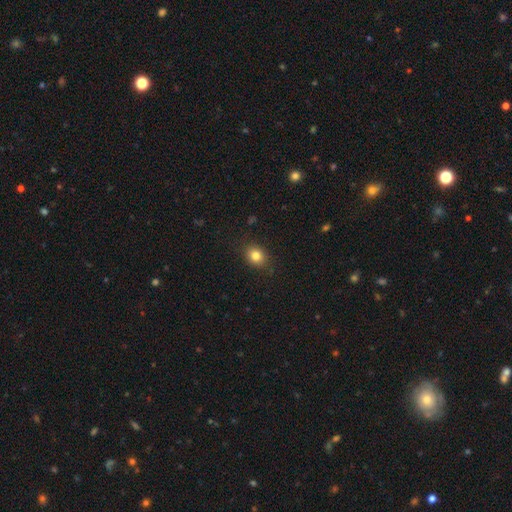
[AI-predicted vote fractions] smooth-or-featured: smooth: 83% | star or artifact: 10% | featured or disk: 7%
  how-rounded: round: 53% | in between: 46% | cigar-shaped: 1%
  merging: none: 86% | minor disturbance: 10% | major disturbance: 3% | merger: 1%